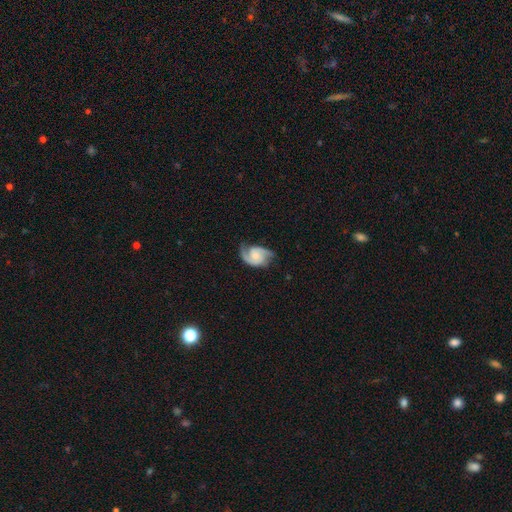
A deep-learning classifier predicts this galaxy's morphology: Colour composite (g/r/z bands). It shows a featured or disk galaxy (85%) with no bar (63%), 2 (85%) medium (50%) spiral arms (97%) and a small central bulge (46%). Merging: none (67%).